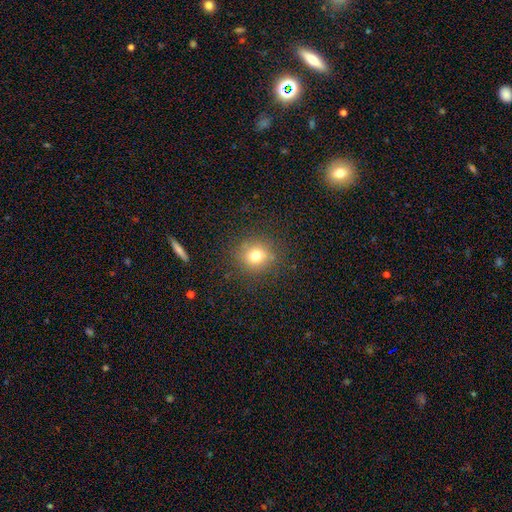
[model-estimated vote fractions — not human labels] smooth_or_featured: smooth (p=0.74) [alt: star or artifact p=0.16]
how_rounded: round (p=0.89) [alt: in between p=0.10]
merging: none (p=0.85) [alt: minor disturbance p=0.10]